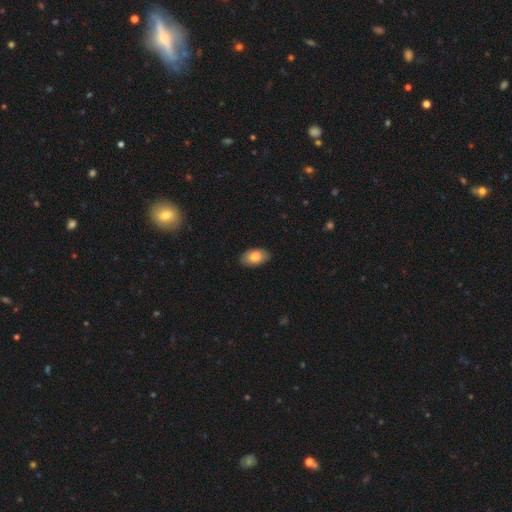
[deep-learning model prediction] Smooth or featured: smooth — 76% (featured or disk — 17%)
How rounded: in between — 93% (round — 6%)
Merging: none — 89% (minor disturbance — 9%)